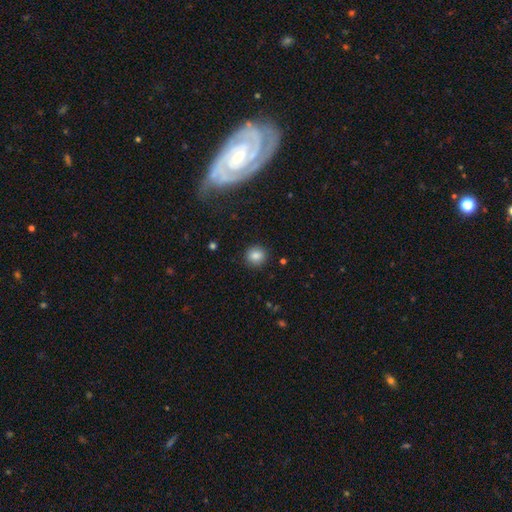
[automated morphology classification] Overall: smooth (83%). How rounded: round (90%). Merging: none (90%).